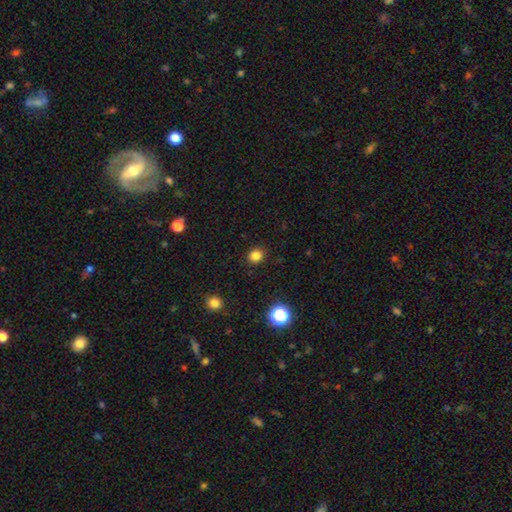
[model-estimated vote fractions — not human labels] smooth_or_featured: smooth (p=0.82) [alt: star or artifact p=0.14]
how_rounded: round (p=0.84) [alt: in between p=0.15]
merging: none (p=0.91) [alt: minor disturbance p=0.06]